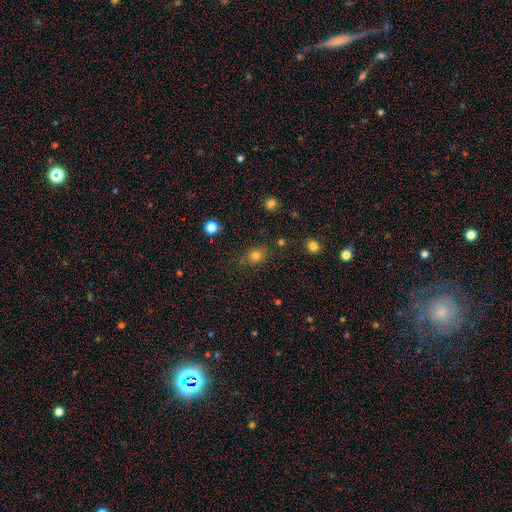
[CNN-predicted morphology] Q: Smooth or featured?
A: smooth (77%); runner-up: star or artifact (15%)
Q: How rounded?
A: round (60%); runner-up: in between (39%)
Q: Merging?
A: none (78%); runner-up: minor disturbance (15%)